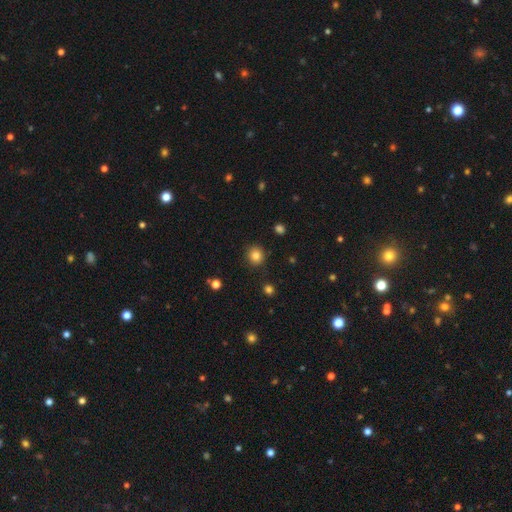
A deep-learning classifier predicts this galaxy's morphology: A smooth galaxy with no disk features (83%) that is round (90%).

Vote fractions:
- Smooth or featured? smooth: 83% / star or artifact: 11% / featured or disk: 5%
- How rounded? round: 90% / in between: 9% / cigar-shaped: 1%
- Merging? none: 89% / minor disturbance: 7% / major disturbance: 2% / merger: 2%